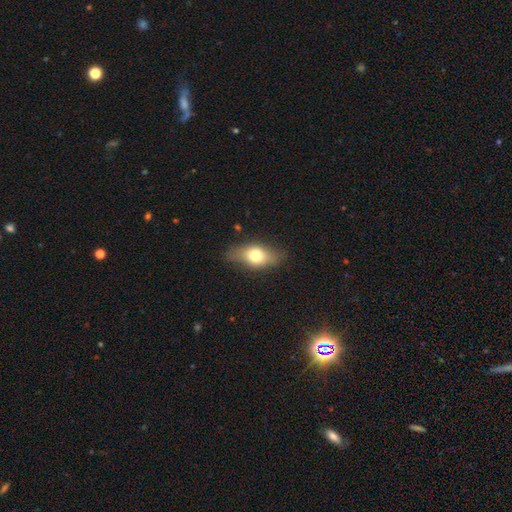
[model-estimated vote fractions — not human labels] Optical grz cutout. It shows a smooth galaxy with no disk features (67%) that is in between round and cigar-shaped (79%). Merging: none (73%).